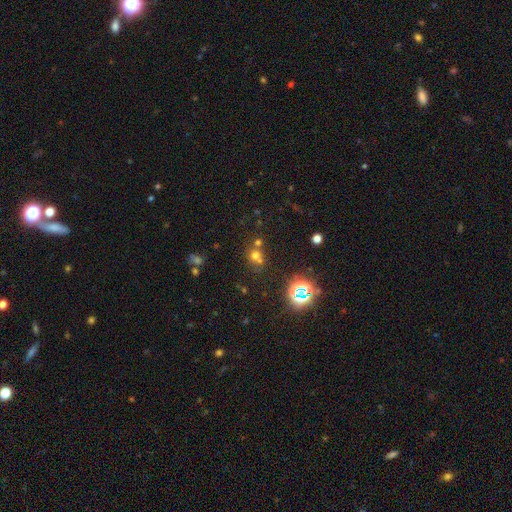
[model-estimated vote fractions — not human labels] Smooth or featured?
  - smooth: 54% *
  - star or artifact: 33%
  - featured or disk: 12%
How rounded?
  - round: 82% *
  - in between: 17%
  - cigar-shaped: 1%
Merging?
  - none: 50% *
  - merger: 38%
  - minor disturbance: 8%
  - major disturbance: 4%